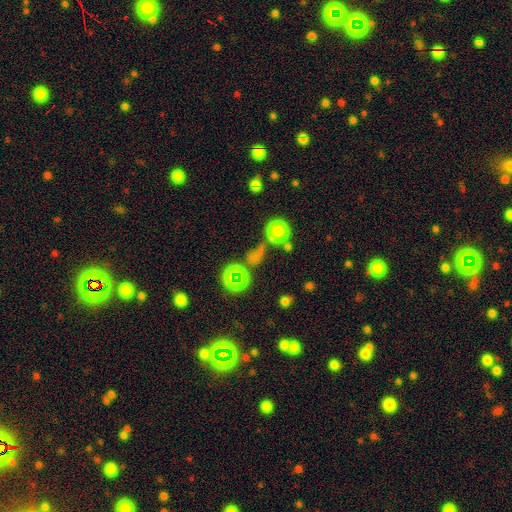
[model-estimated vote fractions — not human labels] Smooth or featured? Predicted: smooth (p=0.48). Merging? Predicted: none (p=0.54).